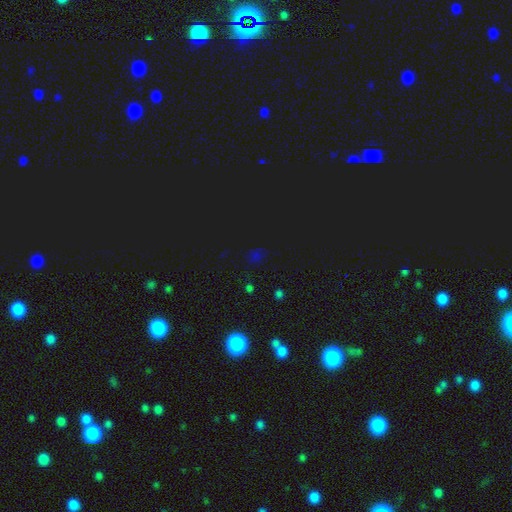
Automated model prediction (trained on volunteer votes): The model was most divided on "smooth or featured": star or artifact: 63%, smooth: 31%, featured or disk: 6%.